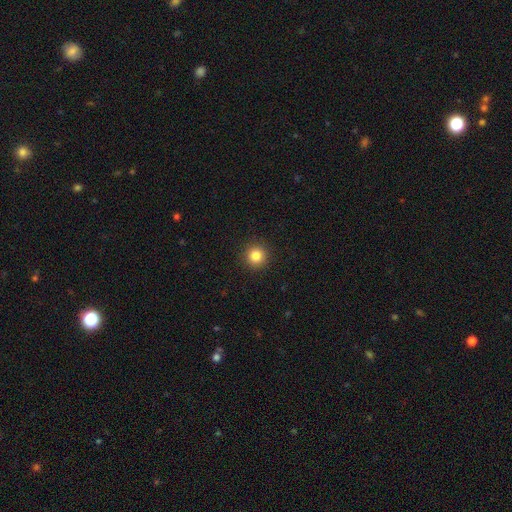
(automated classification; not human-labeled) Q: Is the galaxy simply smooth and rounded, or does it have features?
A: smooth — 84%.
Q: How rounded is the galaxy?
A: round — 95%.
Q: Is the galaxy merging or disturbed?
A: none — 92%.